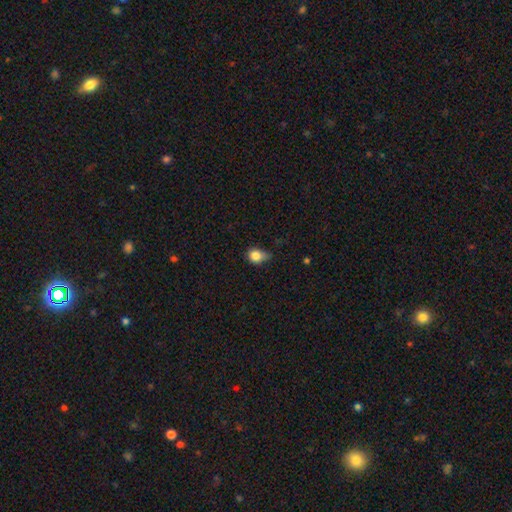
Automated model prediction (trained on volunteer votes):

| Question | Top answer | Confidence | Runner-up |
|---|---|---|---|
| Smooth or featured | smooth | 82% | star or artifact (10%) |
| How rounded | round | 62% | in between (37%) |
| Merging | minor disturbance | 45% | none (40%) |